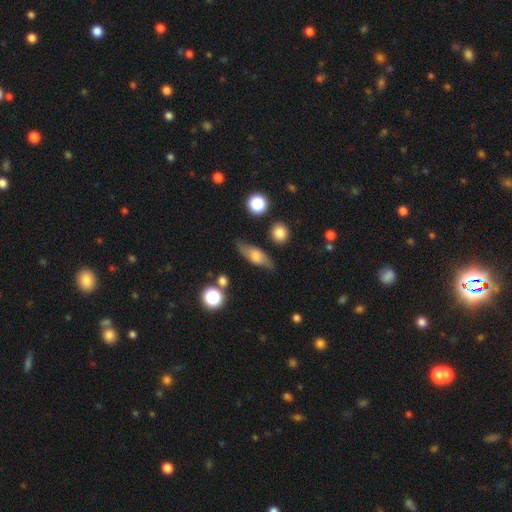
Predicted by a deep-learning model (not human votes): smooth 50%, featured or disk 42%, star or artifact 8%. Down the decision tree: how rounded — in between (62%); merging — none (72%).